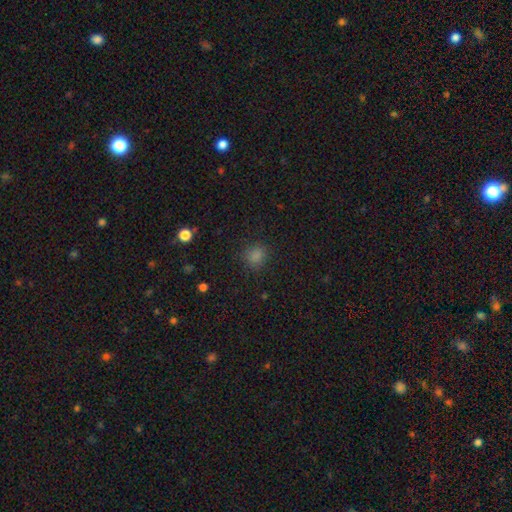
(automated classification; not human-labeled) Overall: smooth (80%). How rounded: round (81%). Merging: none (84%).